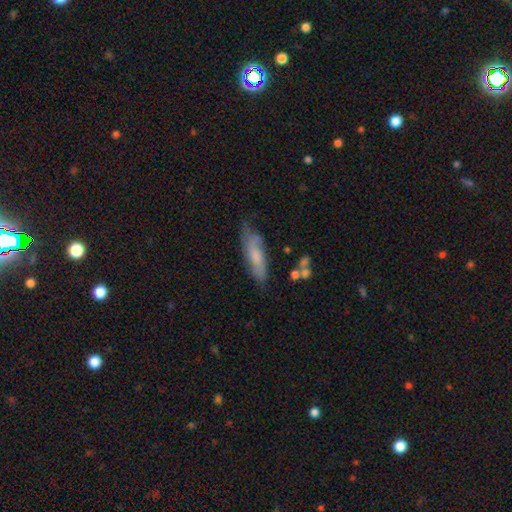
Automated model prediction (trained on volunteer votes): Smooth or featured? smooth (57%)
How rounded? cigar-shaped (55%)
Merging? none (58%)